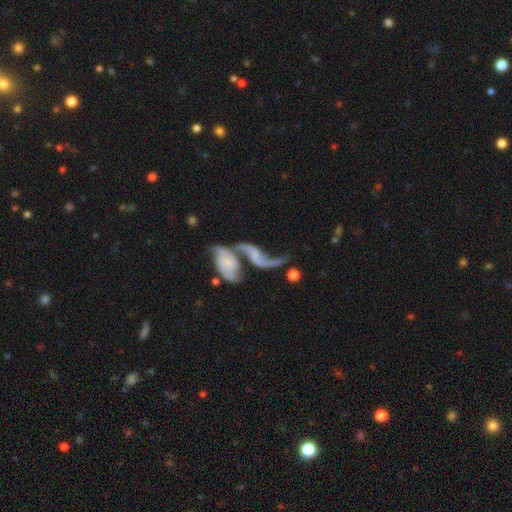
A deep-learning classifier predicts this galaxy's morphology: Smooth or featured: featured or disk — 80% (smooth — 13%)
Edge-on disk: no — 95% (yes — 5%)
Bar: no — 53% (weak — 33%)
Spiral arms: yes — 90% (no — 10%)
Spiral winding: loose — 85% (medium — 12%)
Spiral arm count: 2 — 85% (1 — 9%)
Bulge size: none — 44% (small — 38%)
Merging: merger — 61% (none — 18%)